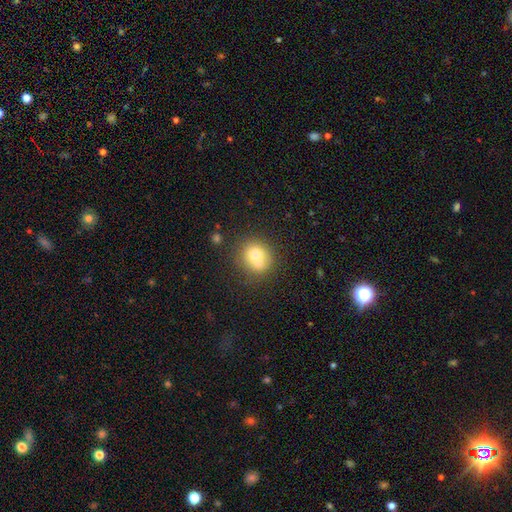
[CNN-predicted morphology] Smooth or featured: smooth — 70% (featured or disk — 19%)
How rounded: round — 84% (in between — 15%)
Merging: none — 46% (merger — 41%)